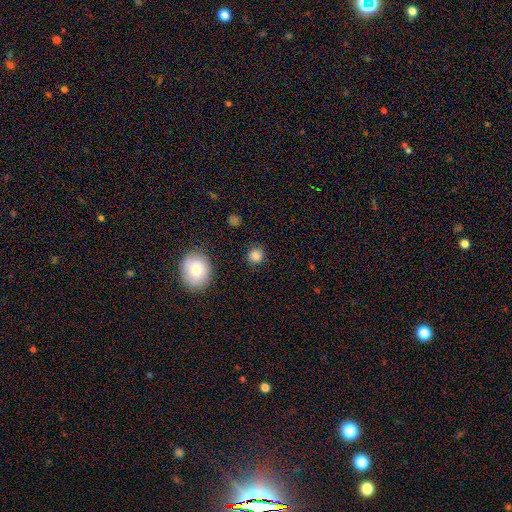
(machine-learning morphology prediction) smooth_or_featured: smooth (p=0.83) [alt: star or artifact p=0.12]
how_rounded: round (p=0.86) [alt: in between p=0.13]
merging: none (p=0.85) [alt: minor disturbance p=0.10]